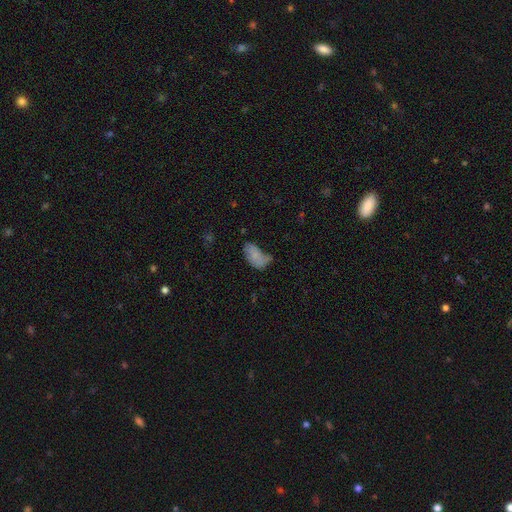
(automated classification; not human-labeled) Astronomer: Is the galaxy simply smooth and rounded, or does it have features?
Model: smooth — 73%.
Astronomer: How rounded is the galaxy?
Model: in between — 93%.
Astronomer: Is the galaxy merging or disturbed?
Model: minor disturbance — 34% (runner-up: none, 33%).